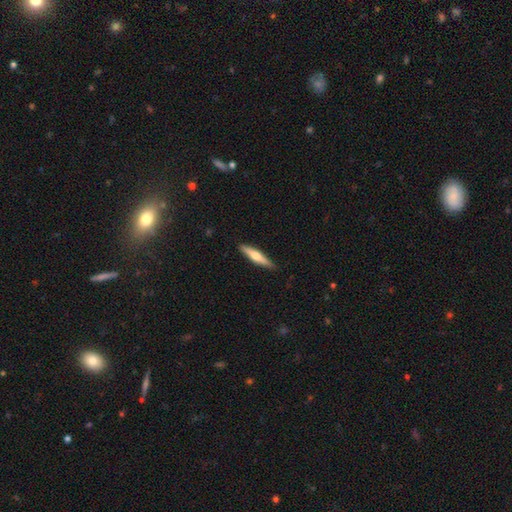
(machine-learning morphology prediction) smooth-or-featured: featured or disk: 49% | smooth: 46% | star or artifact: 5%
  merging: none: 89% | minor disturbance: 8% | major disturbance: 2% | merger: 1%